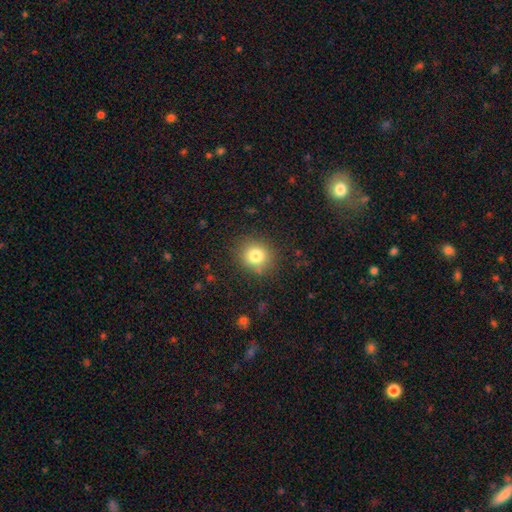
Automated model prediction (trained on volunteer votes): This appears to be a smooth galaxy with no disk features (79%) that is round (86%). Merging: none (86%).